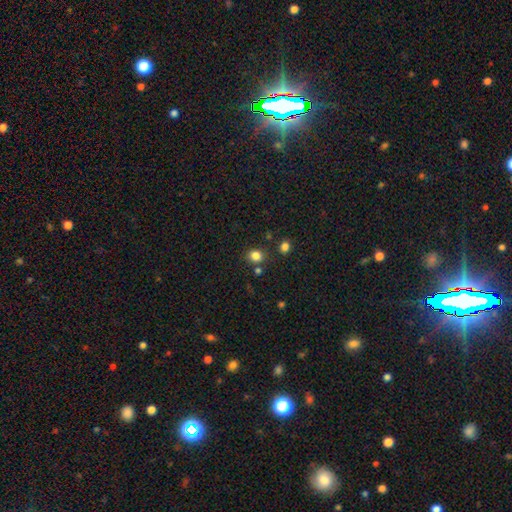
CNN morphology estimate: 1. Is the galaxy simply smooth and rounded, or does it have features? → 83% smooth, 13% star or artifact, 5% featured or disk.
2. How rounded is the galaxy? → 68% round, 31% in between, 1% cigar-shaped.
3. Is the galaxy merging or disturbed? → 79% none, 10% minor disturbance, 8% merger, 3% major disturbance.